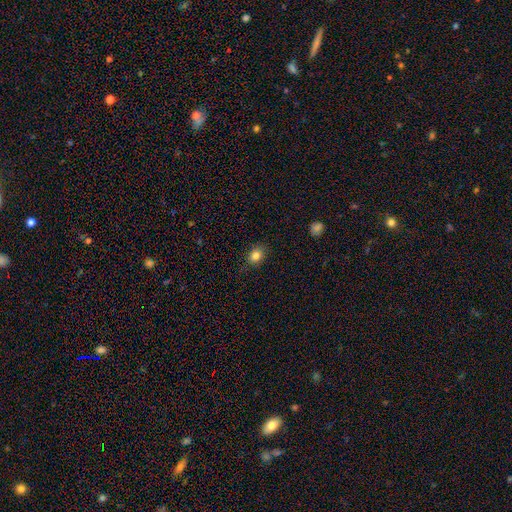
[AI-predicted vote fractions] Smooth or featured: smooth — 83% (star or artifact — 10%)
How rounded: in between — 58% (round — 41%)
Merging: none — 85% (minor disturbance — 12%)